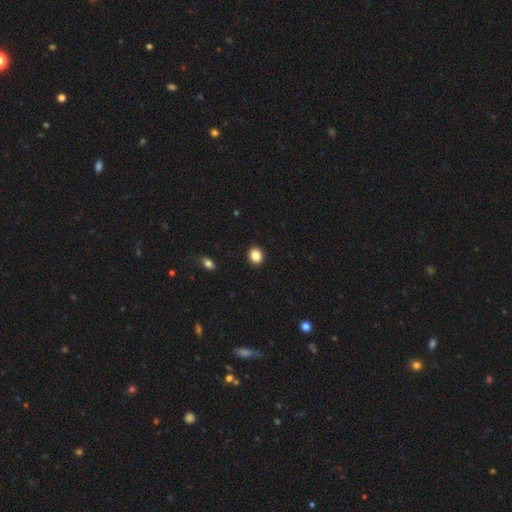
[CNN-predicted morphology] Smooth or featured? Predicted: smooth (p=0.87). How rounded? Predicted: round (p=0.73). Merging? Predicted: none (p=0.92).